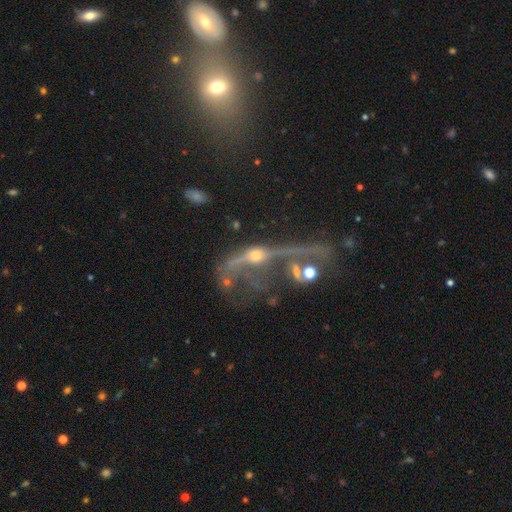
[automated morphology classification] type=featured or disk (66%); edge-on=no (62%); merging=major disturbance (39%).